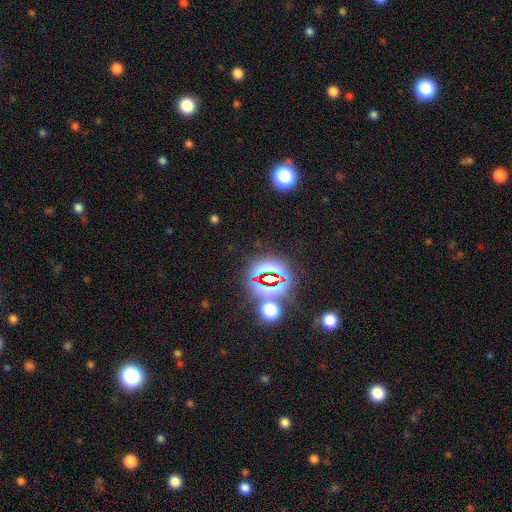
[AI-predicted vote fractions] The model was most divided on "smooth or featured": star or artifact: 79%, smooth: 13%, featured or disk: 8%.